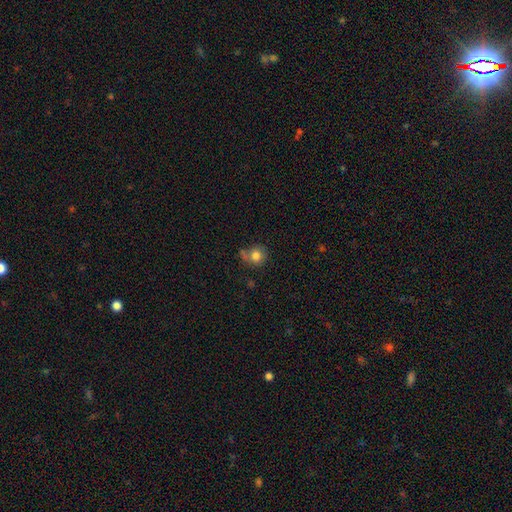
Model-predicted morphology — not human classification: Smooth or featured? smooth (80%)
How rounded? round (80%)
Merging? none (54%)